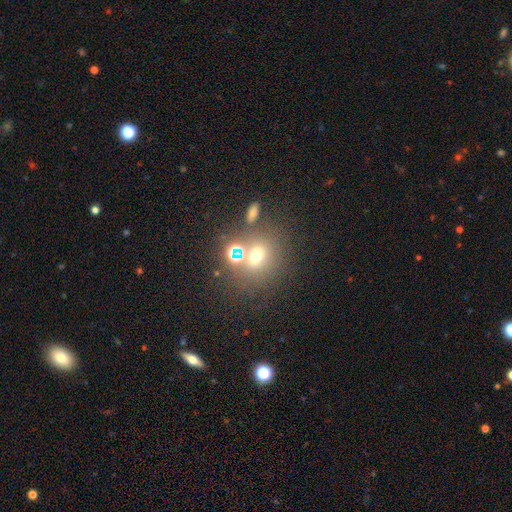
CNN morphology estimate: type=smooth (60%); roundness=round (71%); merging=none (62%).